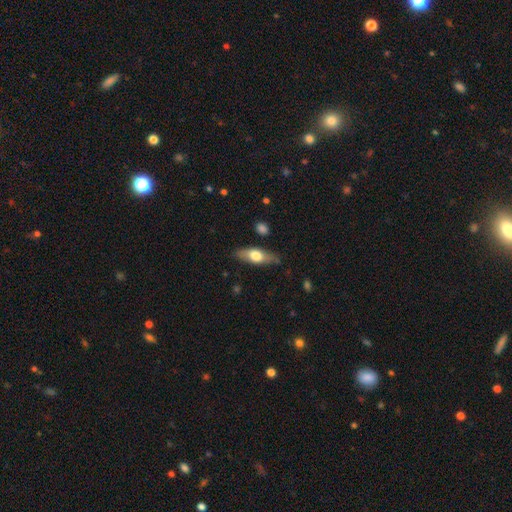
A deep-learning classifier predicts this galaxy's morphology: smooth-or-featured: smooth: 54% | featured or disk: 40% | star or artifact: 6%
  how-rounded: in between: 57% | cigar-shaped: 40% | round: 3%
  merging: none: 80% | minor disturbance: 15% | major disturbance: 3% | merger: 2%